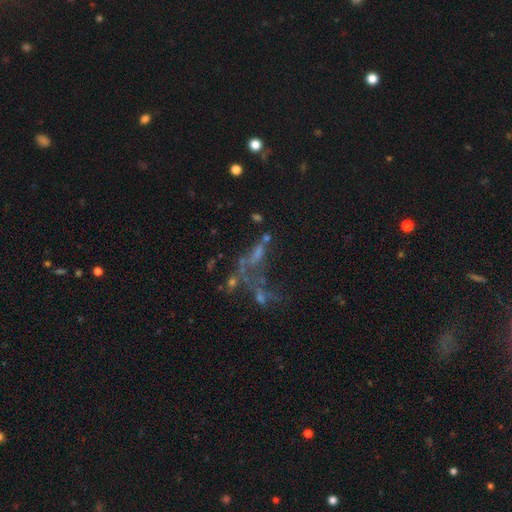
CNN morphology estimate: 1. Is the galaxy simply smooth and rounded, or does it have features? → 44% featured or disk, 33% star or artifact, 23% smooth.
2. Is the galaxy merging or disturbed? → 36% major disturbance, 31% merger, 23% none, 10% minor disturbance.